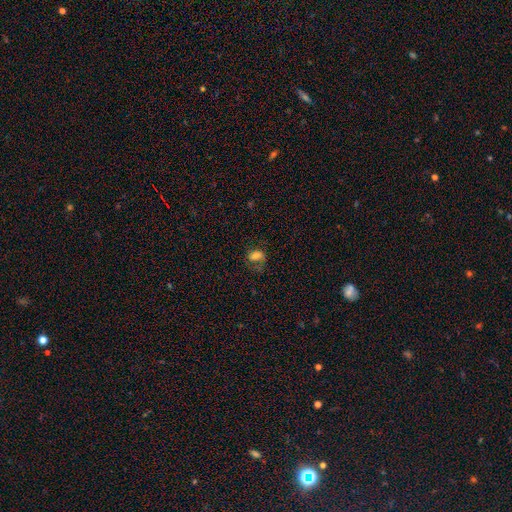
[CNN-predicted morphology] smooth_or_featured: smooth (p=0.70) [alt: featured or disk p=0.17]
how_rounded: in between (p=0.71) [alt: round p=0.27]
merging: none (p=0.44) [alt: major disturbance p=0.29]